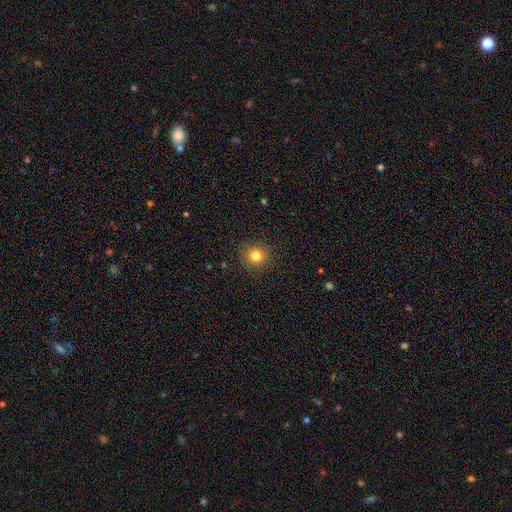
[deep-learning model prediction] A smooth galaxy with no disk features (81%) that is round (90%).

Vote fractions:
- Smooth or featured? smooth: 81% / star or artifact: 13% / featured or disk: 6%
- How rounded? round: 90% / in between: 9% / cigar-shaped: 1%
- Merging? none: 89% / minor disturbance: 7% / major disturbance: 2% / merger: 1%